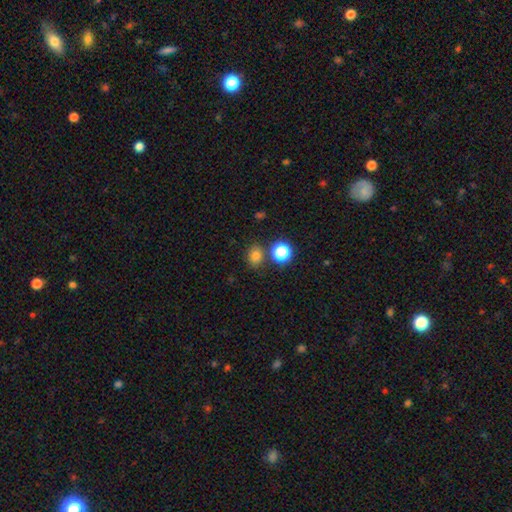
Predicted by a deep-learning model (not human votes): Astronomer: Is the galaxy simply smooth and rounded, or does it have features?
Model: smooth — 75%.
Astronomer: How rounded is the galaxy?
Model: round — 63%.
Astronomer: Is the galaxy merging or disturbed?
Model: none — 77%.